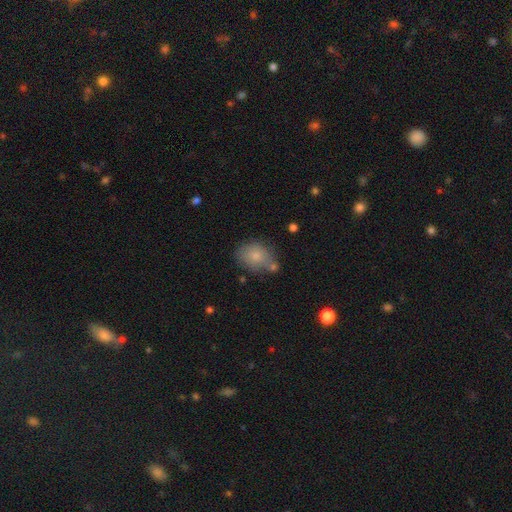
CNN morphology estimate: smooth 79%, featured or disk 12%, star or artifact 9%. Down the decision tree: how rounded — in between (58%); merging — none (58%).